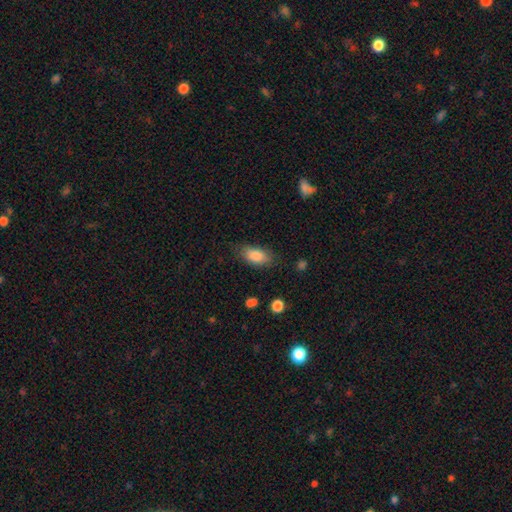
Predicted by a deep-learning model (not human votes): A smooth galaxy with no disk features (86%) that is in between round and cigar-shaped (89%). Merging: none (78%).